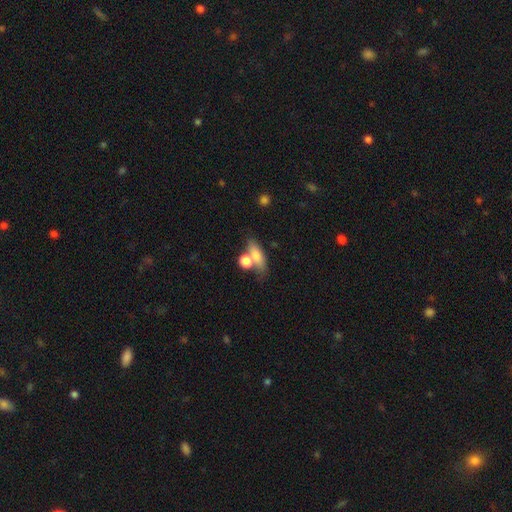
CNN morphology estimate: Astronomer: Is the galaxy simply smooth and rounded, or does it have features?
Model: smooth — 74%.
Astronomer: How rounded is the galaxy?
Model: in between — 59%.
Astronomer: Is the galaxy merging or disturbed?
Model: none — 42% (runner-up: merger, 36%).